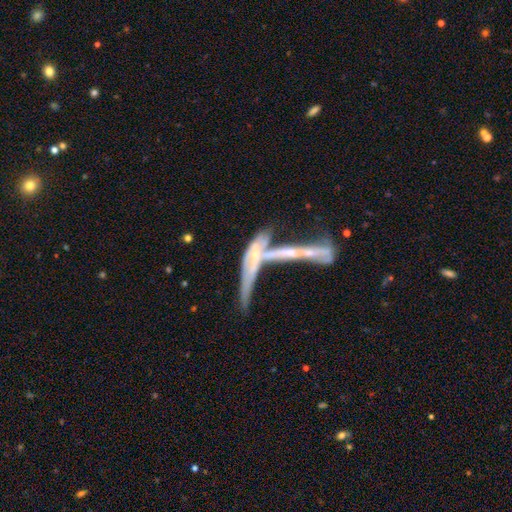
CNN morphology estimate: Smooth or featured: featured or disk — 68% (smooth — 24%)
Edge-on disk: yes — 69% (no — 31%)
Merging: merger — 53% (none — 21%)